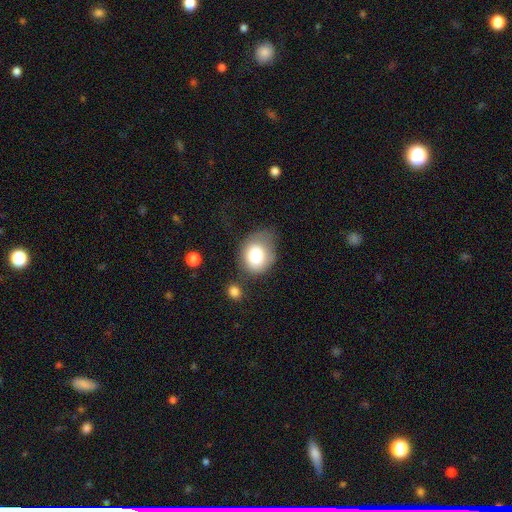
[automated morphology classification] smooth 79%, featured or disk 13%, star or artifact 8%. Down the decision tree: how rounded — round (55%); merging — none (46%).